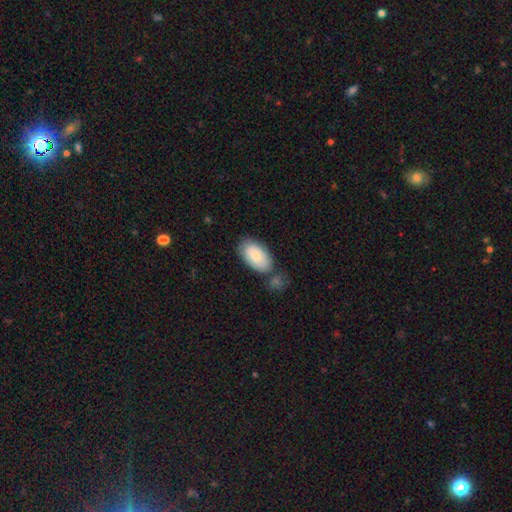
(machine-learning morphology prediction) Smooth or featured? Predicted: smooth (p=0.80). How rounded? Predicted: in between (p=0.95). Merging? Predicted: none (p=0.63).